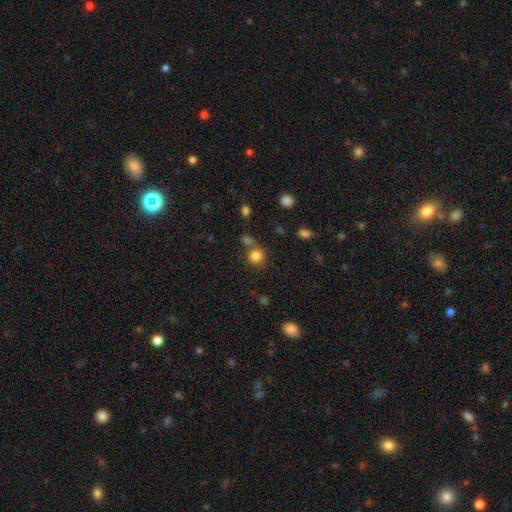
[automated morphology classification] Overall: smooth (82%). How rounded: round (89%). Merging: none (67%).